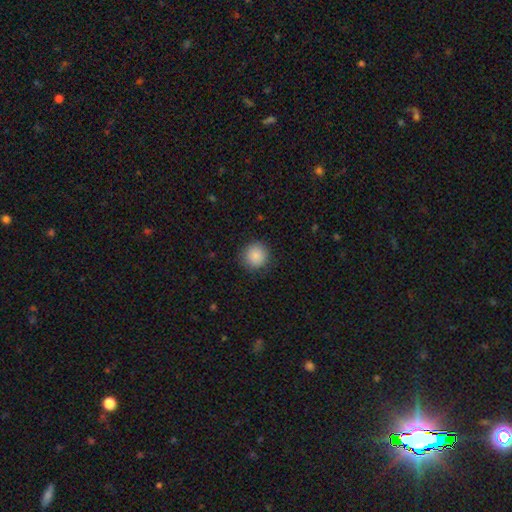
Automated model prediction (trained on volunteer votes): A smooth galaxy with no disk features (86%) that is round (94%). Merging: none (89%).